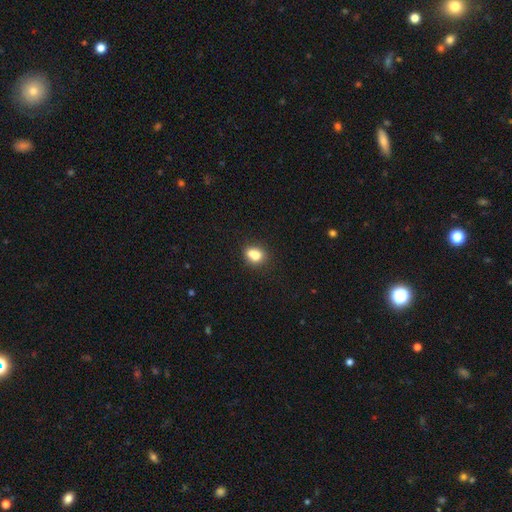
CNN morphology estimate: This appears to be a smooth galaxy with no disk features (73%) that is round (59%). Merging: merger (46%).